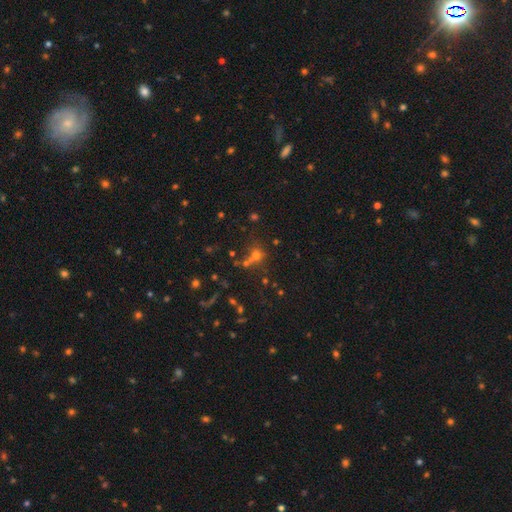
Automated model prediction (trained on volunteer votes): This is possibly a smooth galaxy (52%). How rounded: clearly round (82%). Merging: possibly none (54%).